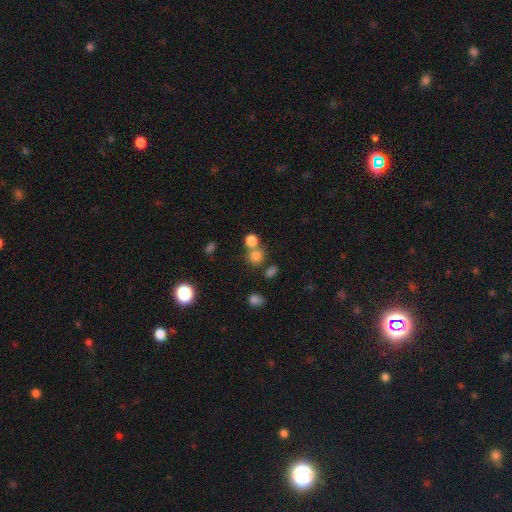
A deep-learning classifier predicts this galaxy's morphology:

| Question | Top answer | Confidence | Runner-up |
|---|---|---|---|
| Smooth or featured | smooth | 77% | star or artifact (15%) |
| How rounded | round | 84% | in between (15%) |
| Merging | none | 54% | merger (33%) |